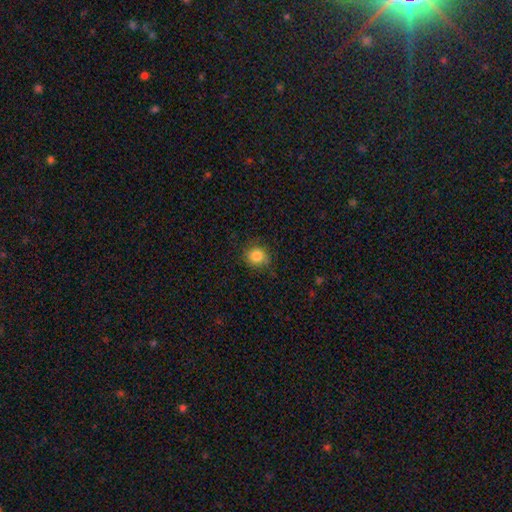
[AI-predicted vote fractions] A smooth galaxy with no disk features (84%) that is round (85%).

Vote fractions:
- Smooth or featured? smooth: 84% / star or artifact: 10% / featured or disk: 6%
- How rounded? round: 85% / in between: 14% / cigar-shaped: 1%
- Merging? none: 82% / minor disturbance: 13% / major disturbance: 3% / merger: 1%